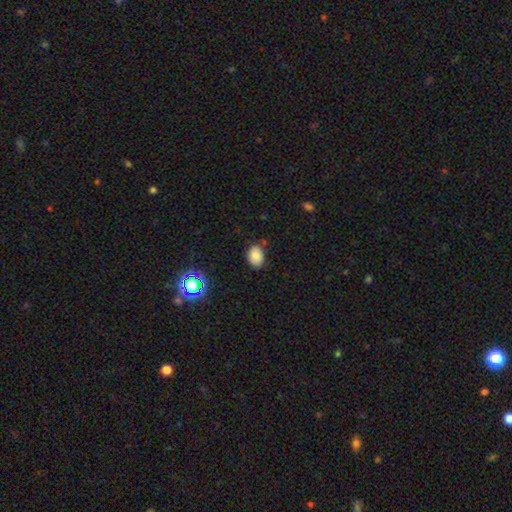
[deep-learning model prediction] A smooth galaxy with no disk features (80%) that is in between round and cigar-shaped (75%).

Vote fractions:
- Smooth or featured? smooth: 80% / star or artifact: 13% / featured or disk: 7%
- How rounded? in between: 75% / round: 24% / cigar-shaped: 1%
- Merging? none: 78% / minor disturbance: 16% / major disturbance: 3% / merger: 3%